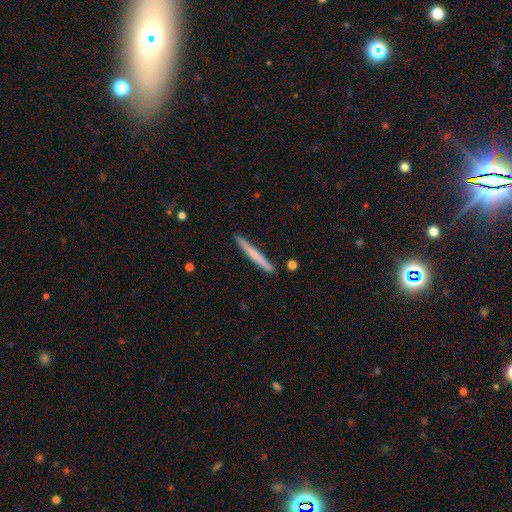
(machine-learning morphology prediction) This is likely a smooth galaxy (65%). How rounded: clearly cigar-shaped (97%). Merging: clearly none (90%).